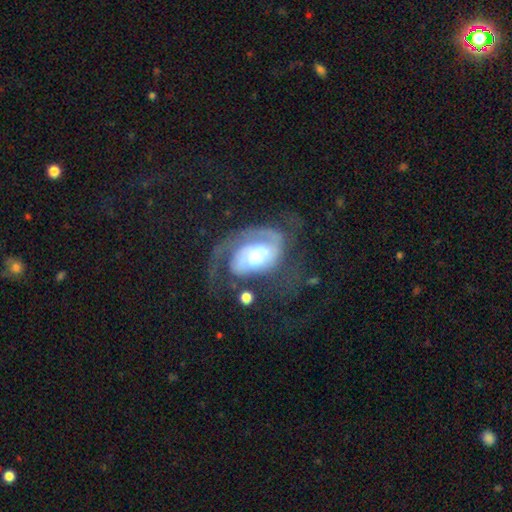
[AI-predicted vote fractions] Smooth or featured?
  - featured or disk: 82% *
  - smooth: 13%
  - star or artifact: 5%
Edge-on disk?
  - no: 97% *
  - yes: 3%
Bar?
  - no: 57% *
  - weak: 31%
  - strong: 12%
Spiral arms?
  - yes: 92% *
  - no: 8%
Spiral winding?
  - medium: 42% *
  - tight: 37%
  - loose: 21%
Spiral arm count?
  - 2: 52% *
  - 1: 24%
  - can't tell: 13%
  - 3: 6%
  - 4: 2%
  - more than 4: 2%
Bulge size?
  - moderate: 50% *
  - large: 23%
  - small: 22%
  - dominant: 4%
  - none: 2%
Merging?
  - none: 44% *
  - major disturbance: 33%
  - minor disturbance: 19%
  - merger: 4%